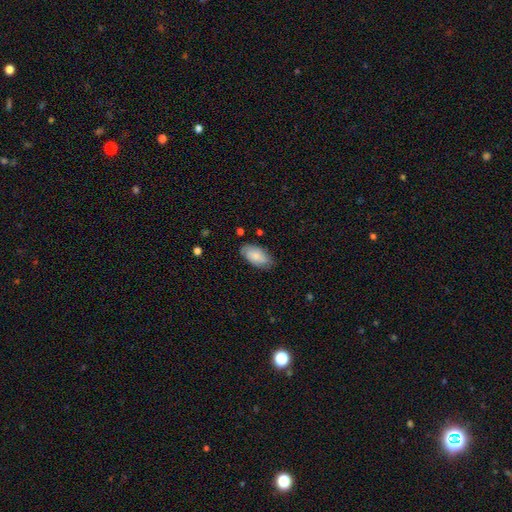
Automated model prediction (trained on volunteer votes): This is likely a smooth galaxy (76%). How rounded: clearly in between (94%). Merging: likely none (77%).